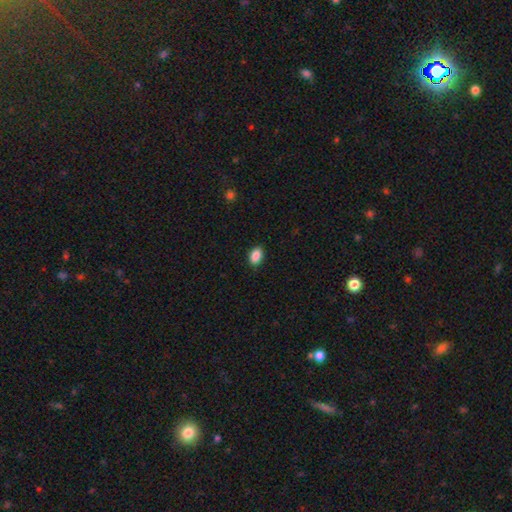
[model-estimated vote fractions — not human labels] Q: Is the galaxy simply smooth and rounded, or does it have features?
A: smooth — 89%.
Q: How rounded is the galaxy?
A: in between — 88%.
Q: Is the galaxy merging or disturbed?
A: none — 89%.